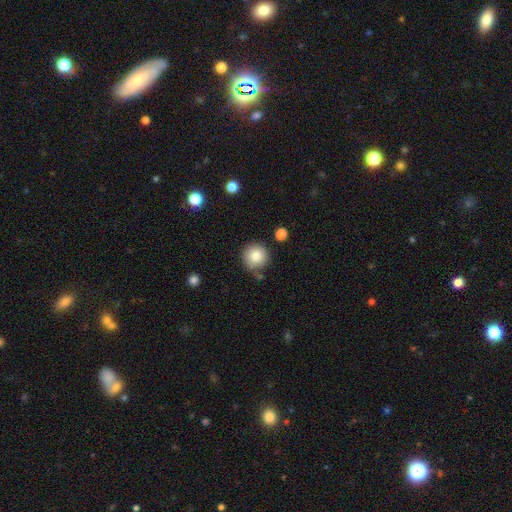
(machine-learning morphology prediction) This is clearly a smooth galaxy (84%). How rounded: clearly round (95%). Merging: clearly none (80%).